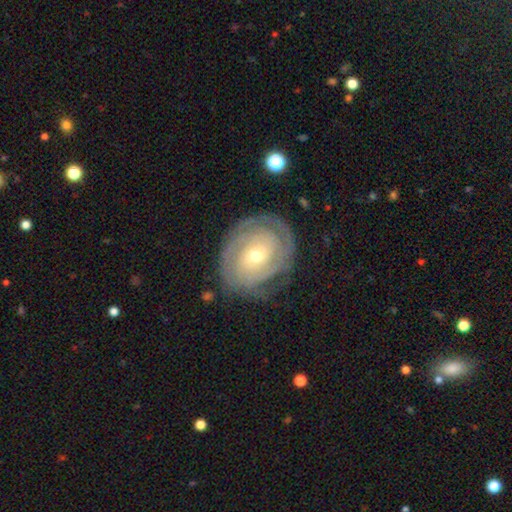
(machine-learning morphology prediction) type=featured or disk (79%); edge-on=no (96%); bar=no (73%); spiral arms=yes (87%); winding=tight (78%); arm count=can't tell (41%); bulge=small (51%); merging=none (73%).